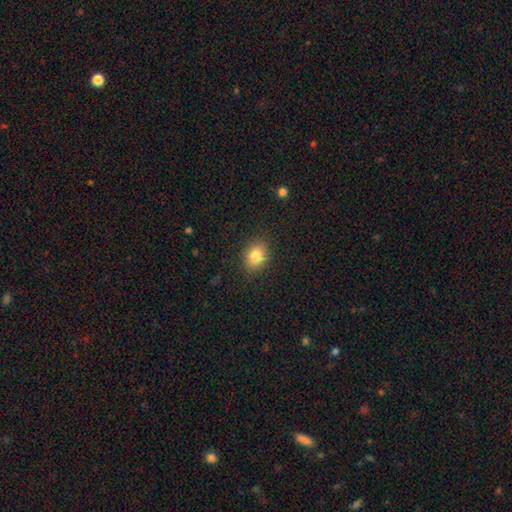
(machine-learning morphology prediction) This is clearly a smooth galaxy (82%). How rounded: possibly in between (54%). Merging: clearly none (87%).